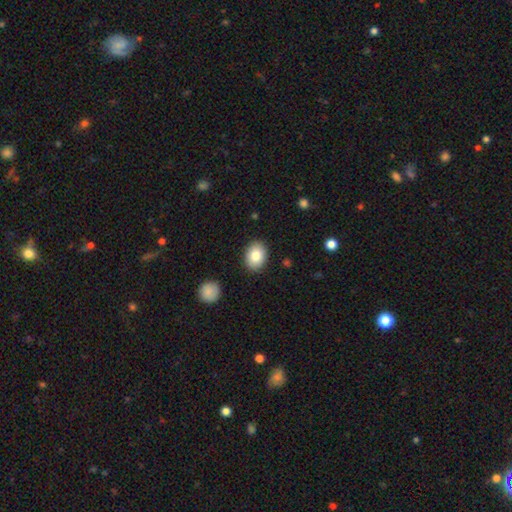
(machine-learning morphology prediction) This appears to be a smooth galaxy with no disk features (83%) that is in between round and cigar-shaped (72%). Merging: none (88%).